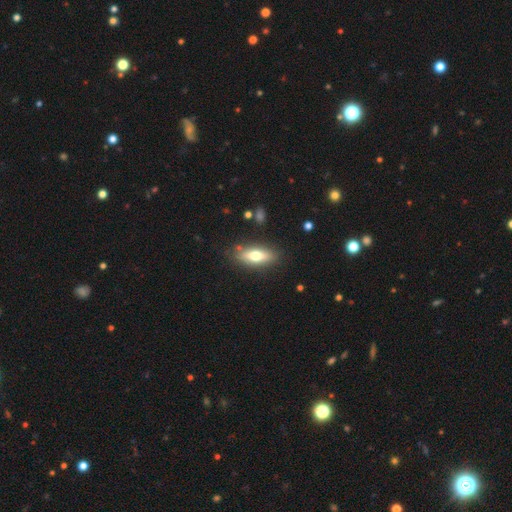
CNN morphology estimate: smooth_or_featured: smooth (p=0.64) [alt: featured or disk p=0.29]
how_rounded: in between (p=0.67) [alt: cigar-shaped p=0.30]
merging: none (p=0.83) [alt: minor disturbance p=0.12]